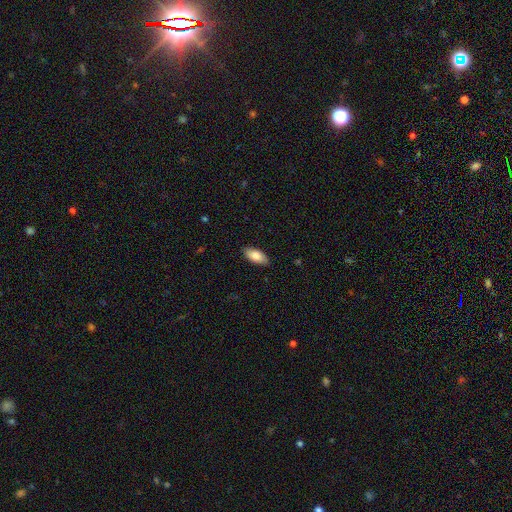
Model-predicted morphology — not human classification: A smooth galaxy with no disk features (86%) that is in between round and cigar-shaped (90%).

Vote fractions:
- Smooth or featured? smooth: 86% / featured or disk: 8% / star or artifact: 6%
- How rounded? in between: 90% / cigar-shaped: 8% / round: 2%
- Merging? none: 87% / minor disturbance: 10% / major disturbance: 2% / merger: 1%